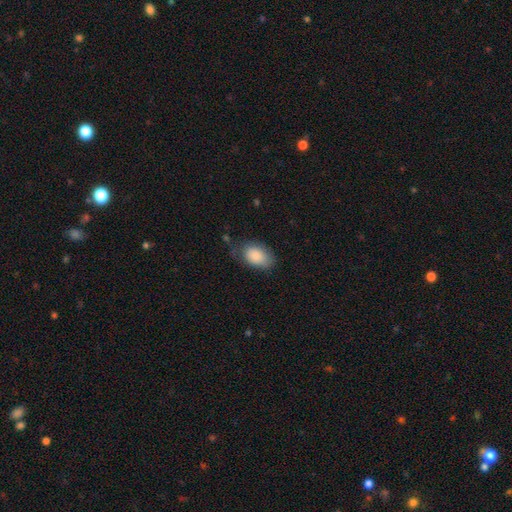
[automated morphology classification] smooth_or_featured: smooth (p=0.87) [alt: featured or disk p=0.07]
how_rounded: in between (p=0.88) [alt: round p=0.11]
merging: none (p=0.63) [alt: minor disturbance p=0.26]